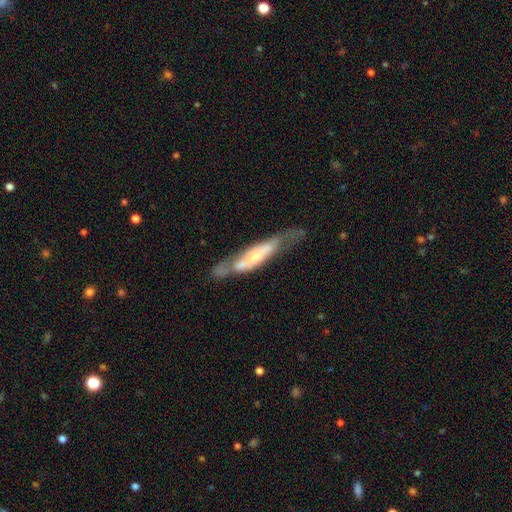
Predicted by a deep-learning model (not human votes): Smooth or featured? Predicted: featured or disk (p=0.66). Edge-on disk? Predicted: yes (p=0.52). Merging? Predicted: none (p=0.55).